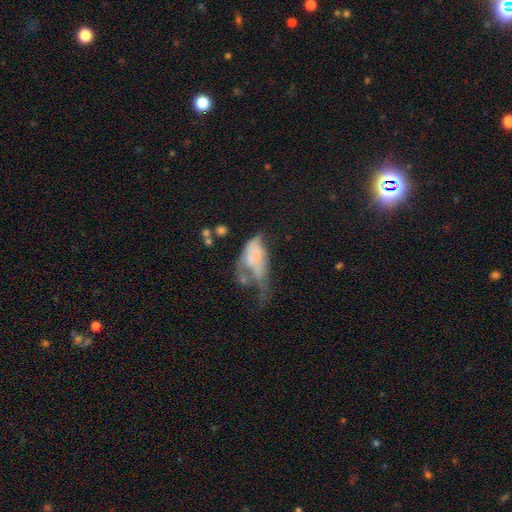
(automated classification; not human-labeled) A smooth galaxy with no disk features (45%).

Vote fractions:
- Smooth or featured? smooth: 45% / featured or disk: 43% / star or artifact: 12%
- Merging? major disturbance: 54% / merger: 21% / minor disturbance: 14% / none: 11%